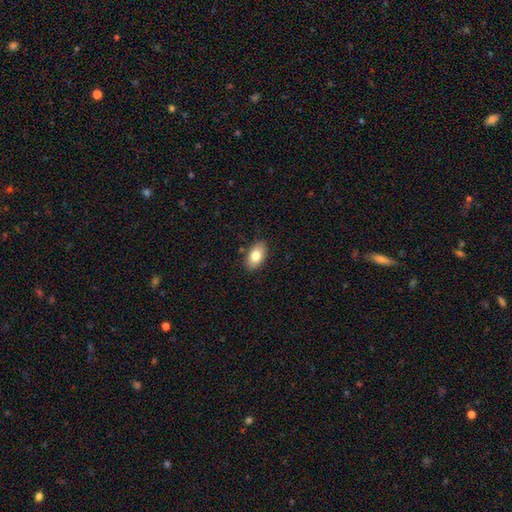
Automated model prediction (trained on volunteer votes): Overall: smooth (79%). How rounded: in between (92%). Merging: none (86%).